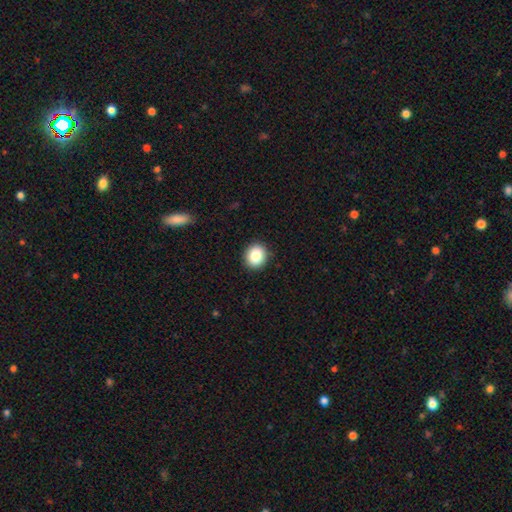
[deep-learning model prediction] Morphology: type=smooth (85%); roundness=round (74%); merging=none (91%).